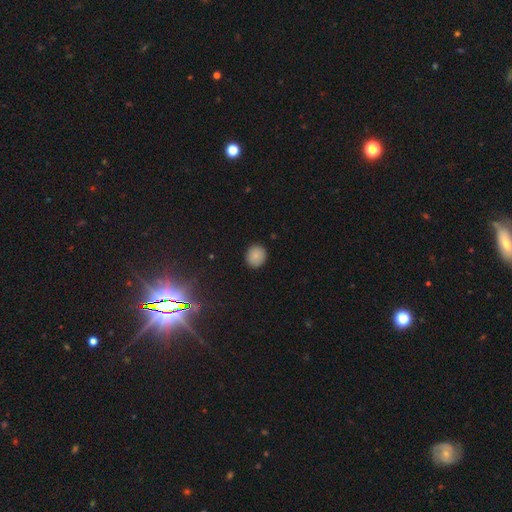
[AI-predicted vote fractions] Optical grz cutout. It shows a smooth galaxy with no disk features (85%) that is round (87%). Merging: none (90%).